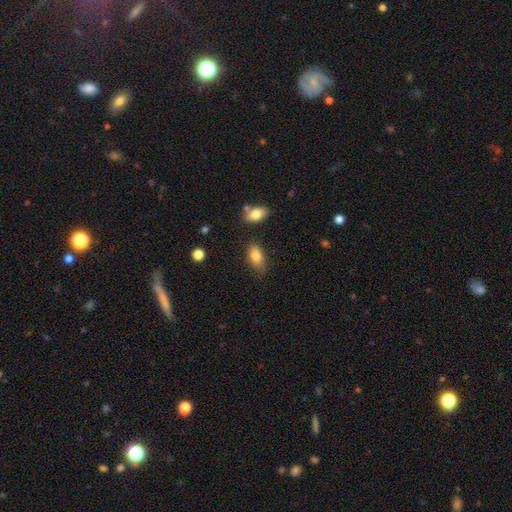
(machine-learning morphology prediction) Q: Smooth or featured?
A: smooth (83%); runner-up: featured or disk (9%)
Q: How rounded?
A: in between (90%); runner-up: round (6%)
Q: Merging?
A: none (70%); runner-up: minor disturbance (22%)